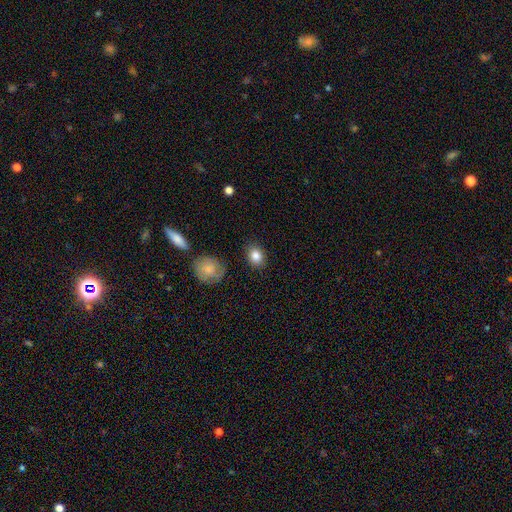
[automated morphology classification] smooth_or_featured: smooth (p=0.83) [alt: featured or disk p=0.08]
how_rounded: in between (p=0.57) [alt: round p=0.42]
merging: none (p=0.85) [alt: minor disturbance p=0.10]